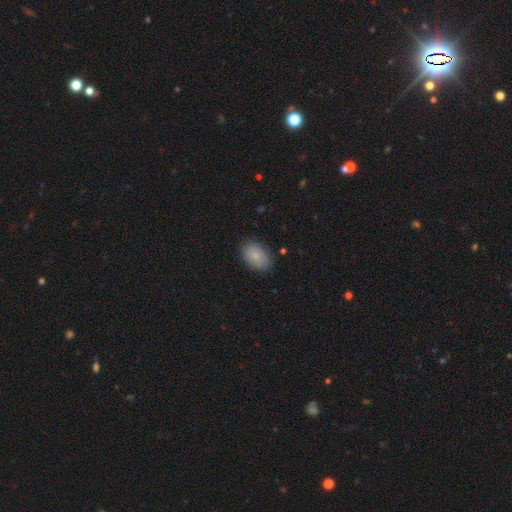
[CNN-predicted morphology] This appears to be a smooth galaxy with no disk features (83%) that is in between round and cigar-shaped (87%). Merging: none (83%).